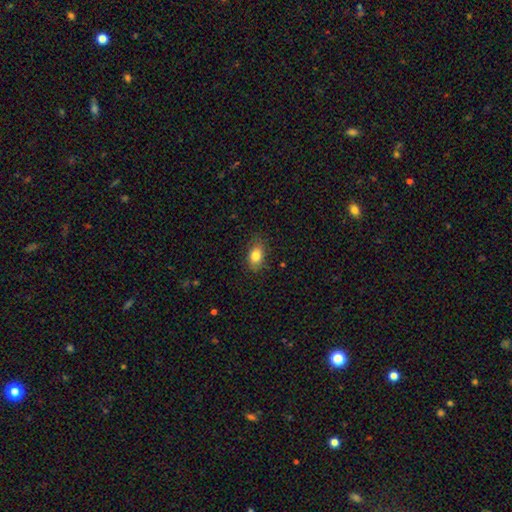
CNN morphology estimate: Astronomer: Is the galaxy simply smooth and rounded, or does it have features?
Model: smooth — 83%.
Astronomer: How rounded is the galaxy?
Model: in between — 85%.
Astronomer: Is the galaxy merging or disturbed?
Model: none — 80%.